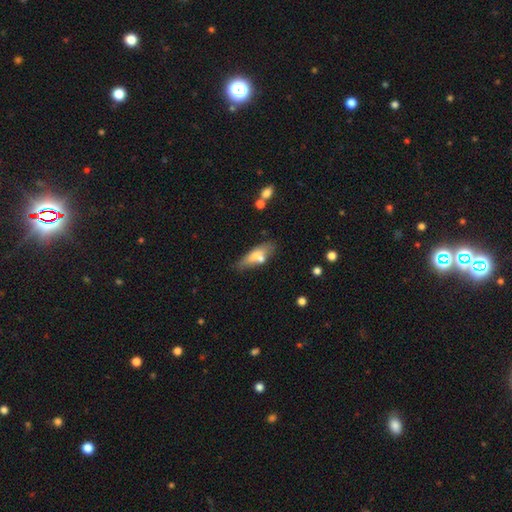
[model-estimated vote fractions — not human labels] This appears to be a smooth galaxy with no disk features (63%) that is in between round and cigar-shaped (54%). Merging: none (54%).